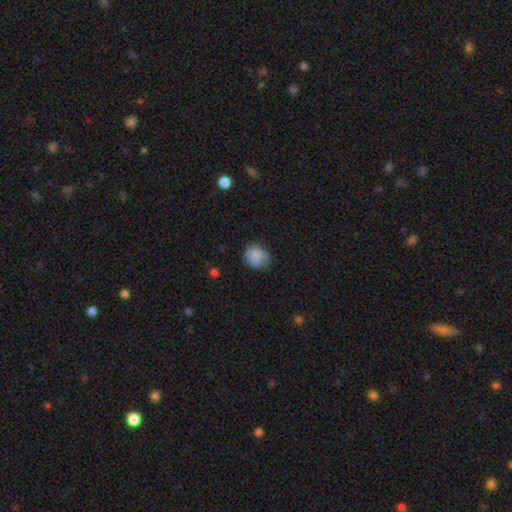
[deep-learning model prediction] Overall: smooth (82%). How rounded: round (66%; in between 33%). Merging: none (60%; minor disturbance 30%).